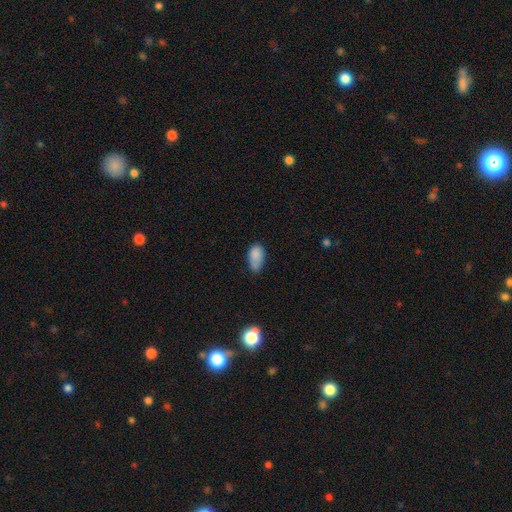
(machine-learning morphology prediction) This appears to be a smooth galaxy with no disk features (85%) that is in between round and cigar-shaped (92%). Merging: none (51%).